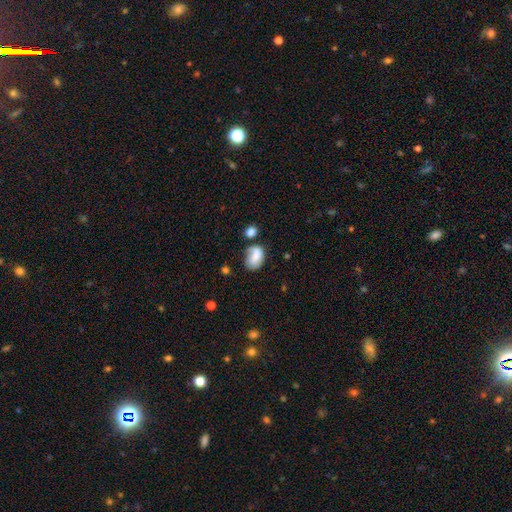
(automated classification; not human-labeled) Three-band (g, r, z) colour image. It shows a smooth galaxy with no disk features (71%) that is in between round and cigar-shaped (77%). Merging: none (41%).